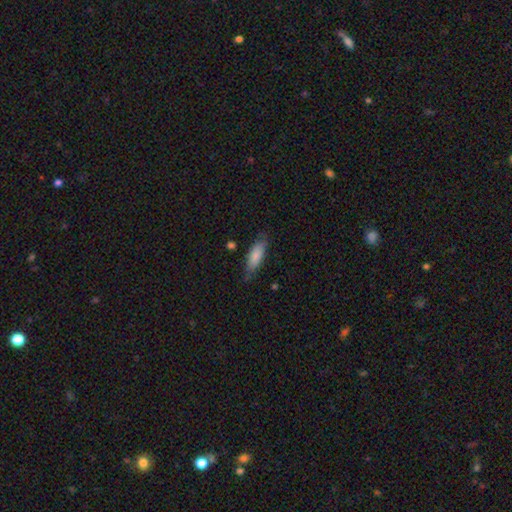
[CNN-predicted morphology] smooth 81%, featured or disk 13%, star or artifact 6%. Down the decision tree: how rounded — in between (62%); merging — none (70%).